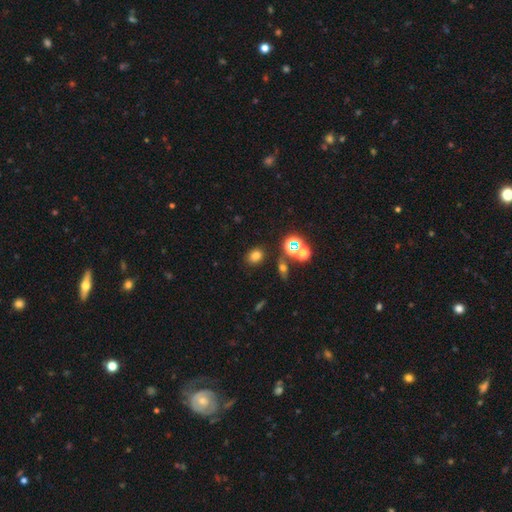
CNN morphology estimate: A smooth galaxy with no disk features (73%) that is in between round and cigar-shaped (51%). Merging: none (82%).